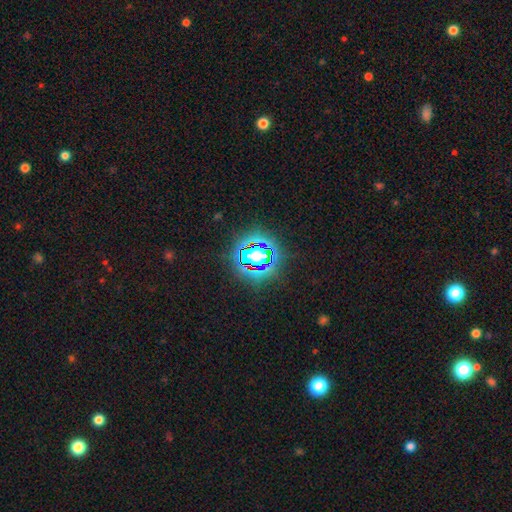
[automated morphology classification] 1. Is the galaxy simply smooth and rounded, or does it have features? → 68% star or artifact, 20% smooth, 12% featured or disk.